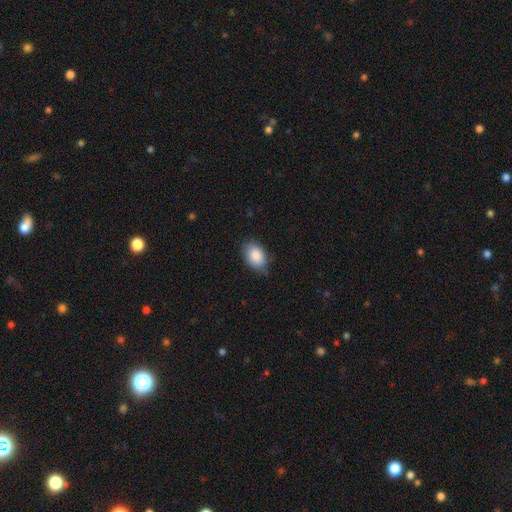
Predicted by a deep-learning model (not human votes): smooth_or_featured: smooth (p=0.87) [alt: star or artifact p=0.07]
how_rounded: in between (p=0.87) [alt: round p=0.11]
merging: none (p=0.75) [alt: minor disturbance p=0.21]